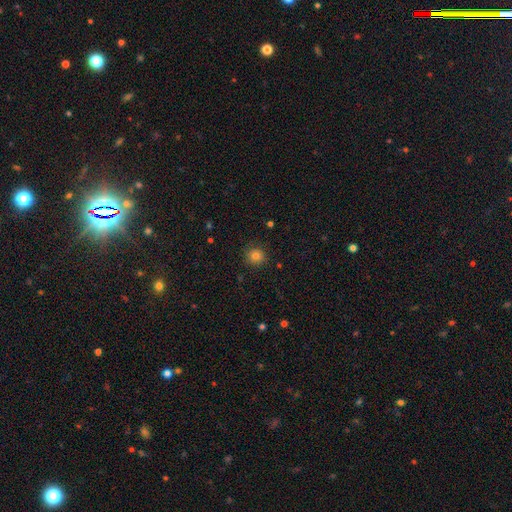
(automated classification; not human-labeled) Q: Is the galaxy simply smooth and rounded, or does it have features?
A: smooth — 82%.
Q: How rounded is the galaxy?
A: round — 88%.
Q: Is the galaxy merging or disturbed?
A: none — 87%.